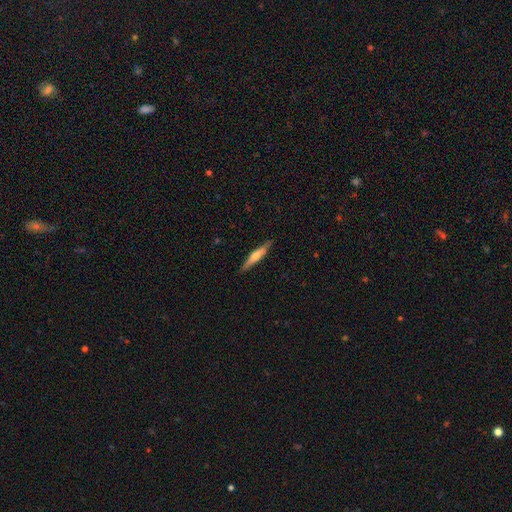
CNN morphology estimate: Overall: featured or disk (48%; smooth 47%). Merging: none (89%).